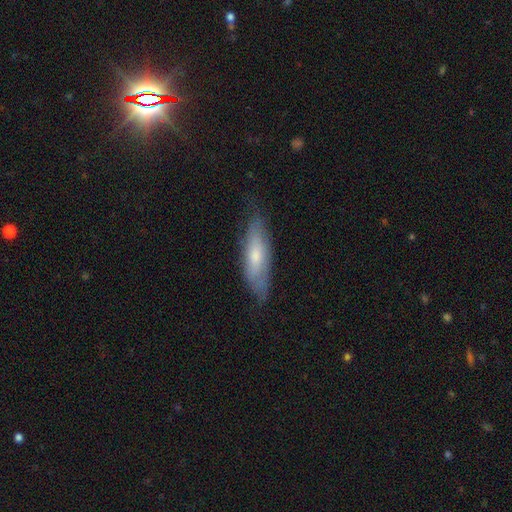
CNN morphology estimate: The model was most divided on "smooth or featured": smooth: 56%, featured or disk: 38%, star or artifact: 6%. More confident: merging — none (70%); how rounded — cigar-shaped (59%).